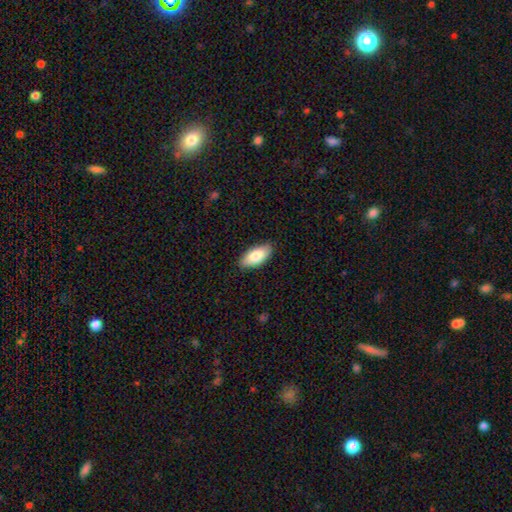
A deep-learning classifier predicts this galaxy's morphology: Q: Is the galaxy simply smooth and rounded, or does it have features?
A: smooth — 83%.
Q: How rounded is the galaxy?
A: in between — 92%.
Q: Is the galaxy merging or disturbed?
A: none — 86%.